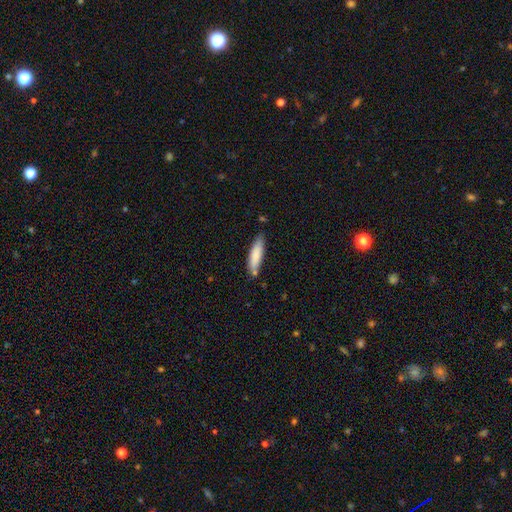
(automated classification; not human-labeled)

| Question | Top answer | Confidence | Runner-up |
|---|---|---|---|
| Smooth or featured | smooth | 83% | featured or disk (11%) |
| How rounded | cigar-shaped | 69% | in between (30%) |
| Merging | none | 75% | minor disturbance (17%) |